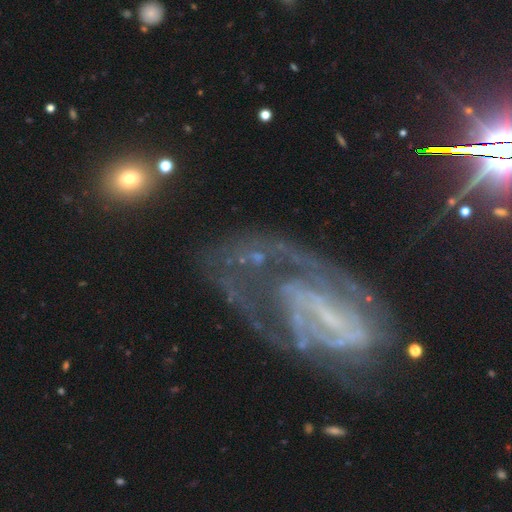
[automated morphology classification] type=featured or disk (77%); edge-on=no (95%); bar=no (36%); spiral arms=yes (85%); winding=tight (49%); arm count=2 (37%); bulge=small (45%); merging=none (60%).